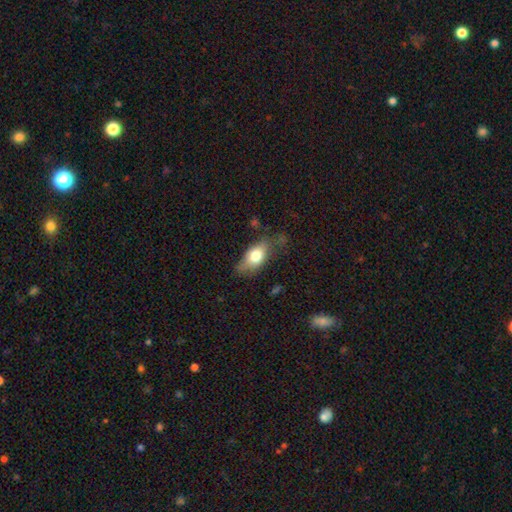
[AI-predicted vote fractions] smooth-or-featured: smooth: 70% | featured or disk: 23% | star or artifact: 7%
  how-rounded: in between: 85% | cigar-shaped: 9% | round: 6%
  merging: none: 61% | minor disturbance: 28% | major disturbance: 9% | merger: 3%